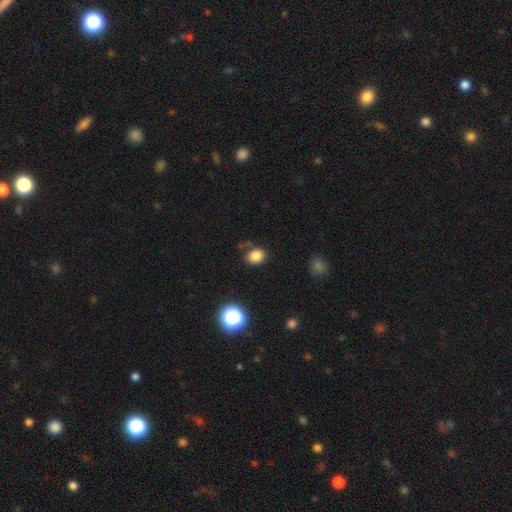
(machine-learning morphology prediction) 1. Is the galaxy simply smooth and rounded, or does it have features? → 82% smooth, 12% star or artifact, 5% featured or disk.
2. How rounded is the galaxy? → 54% in between, 45% round, 1% cigar-shaped.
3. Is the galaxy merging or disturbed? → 80% none, 13% minor disturbance, 4% merger, 3% major disturbance.